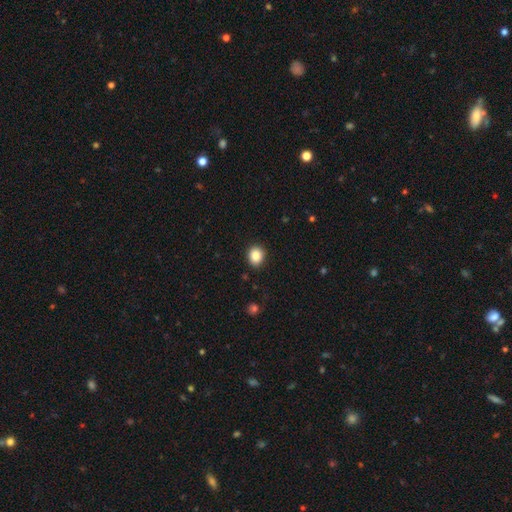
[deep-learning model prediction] This appears to be a smooth galaxy with no disk features (87%) that is round (69%). Merging: none (89%).